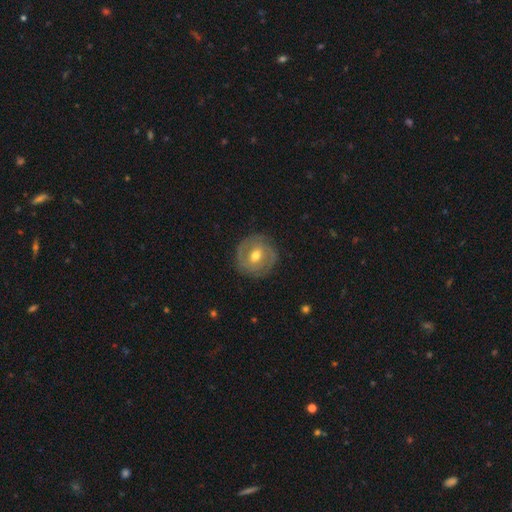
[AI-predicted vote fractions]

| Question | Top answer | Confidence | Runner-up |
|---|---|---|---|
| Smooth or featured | featured or disk | 70% | smooth (24%) |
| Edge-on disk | no | 96% | yes (4%) |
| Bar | weak | 45% | no (40%) |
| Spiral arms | yes | 77% | no (23%) |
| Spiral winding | tight | 59% | medium (31%) |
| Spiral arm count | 2 | 61% | can't tell (21%) |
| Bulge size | moderate | 79% | small (15%) |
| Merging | none | 83% | minor disturbance (12%) |